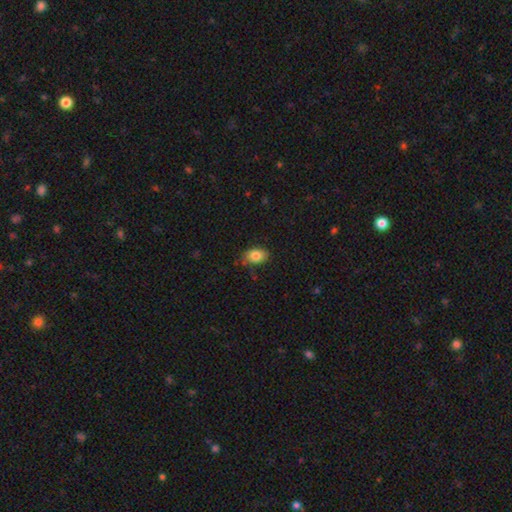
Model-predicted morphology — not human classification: Smooth or featured: smooth — 82% (featured or disk — 10%)
How rounded: in between — 85% (round — 14%)
Merging: none — 74% (minor disturbance — 20%)